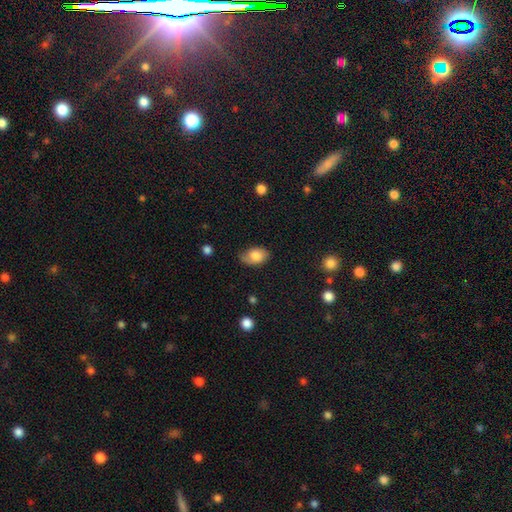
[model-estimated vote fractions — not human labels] Smooth or featured? Predicted: smooth (p=0.78). How rounded? Predicted: in between (p=0.87). Merging? Predicted: none (p=0.65).